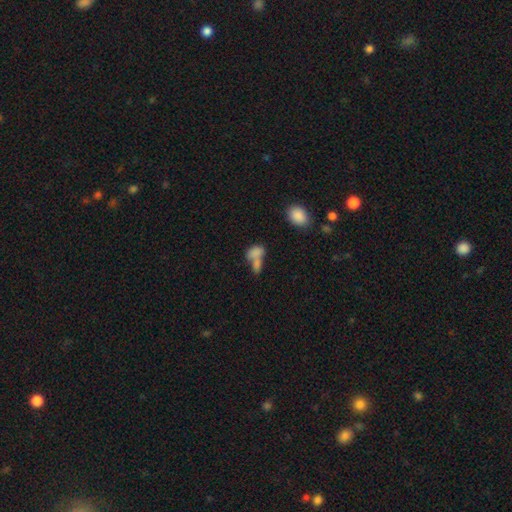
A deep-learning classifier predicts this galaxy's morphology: Smooth or featured: smooth — 74% (featured or disk — 15%)
How rounded: in between — 81% (round — 13%)
Merging: merger — 62% (none — 22%)